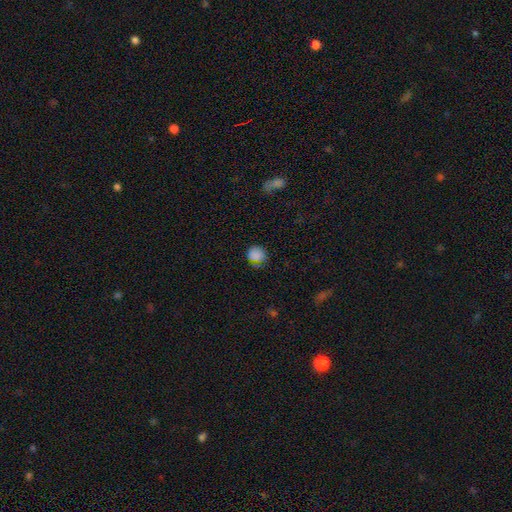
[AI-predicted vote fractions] The model was most divided on "how rounded": round: 78%, in between: 21%, cigar-shaped: 1%. More confident: merging — none (77%); smooth or featured — smooth (77%).